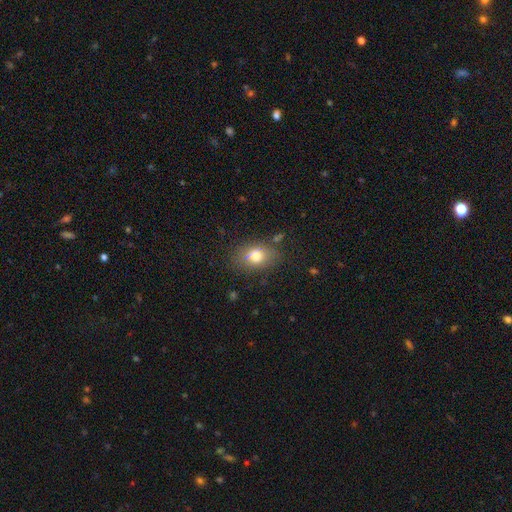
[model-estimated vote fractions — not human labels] Smooth or featured? Predicted: smooth (p=0.76). How rounded? Predicted: in between (p=0.73). Merging? Predicted: none (p=0.76).